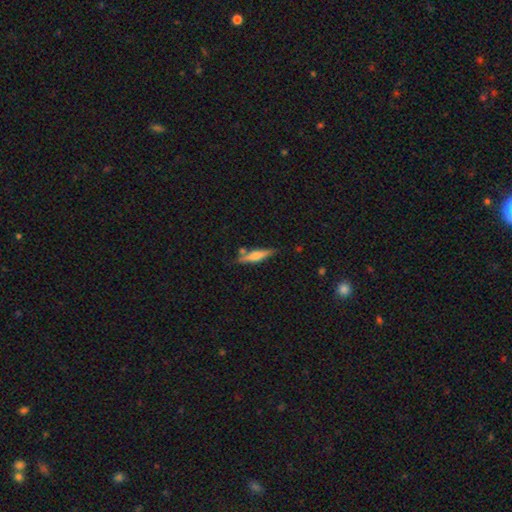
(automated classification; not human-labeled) smooth_or_featured: smooth (p=0.53) [alt: featured or disk p=0.41]
how_rounded: cigar-shaped (p=0.81) [alt: in between p=0.17]
merging: none (p=0.73) [alt: minor disturbance p=0.15]